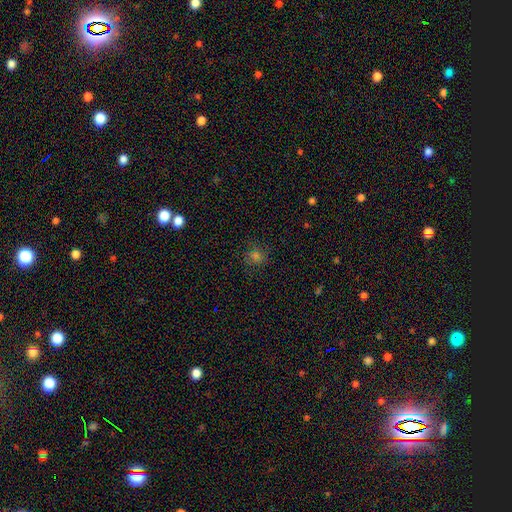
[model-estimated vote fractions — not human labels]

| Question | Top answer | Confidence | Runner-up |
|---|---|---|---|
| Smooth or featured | smooth | 60% | star or artifact (26%) |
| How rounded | round | 85% | in between (14%) |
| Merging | none | 81% | minor disturbance (12%) |